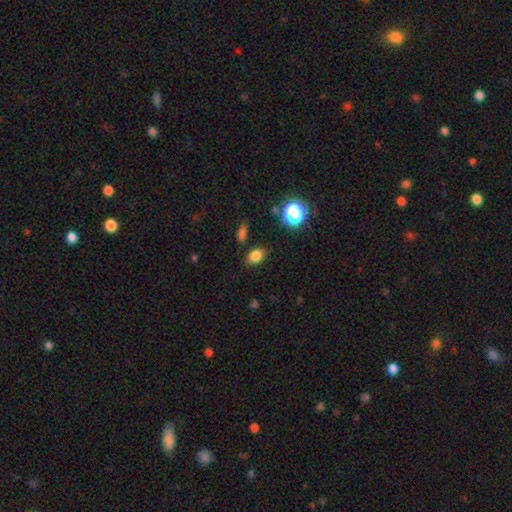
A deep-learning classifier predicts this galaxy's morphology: Smooth or featured: smooth — 81% (star or artifact — 14%)
How rounded: in between — 72% (round — 26%)
Merging: none — 82% (minor disturbance — 12%)